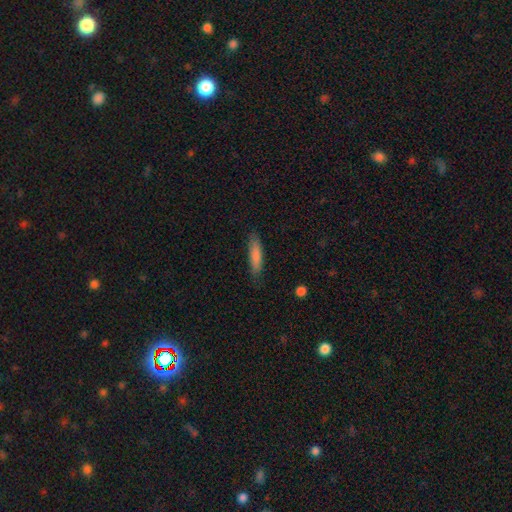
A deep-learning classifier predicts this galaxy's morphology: This appears to be a smooth galaxy with no disk features (81%) that is cigar-shaped (78%). Merging: none (82%).